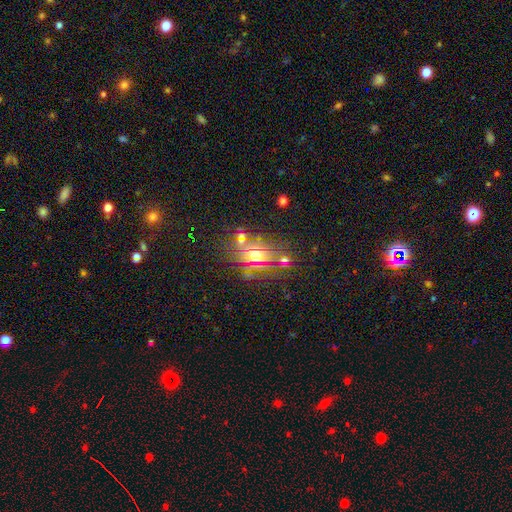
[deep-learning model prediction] Smooth or featured: star or artifact — 43% (smooth — 37%)